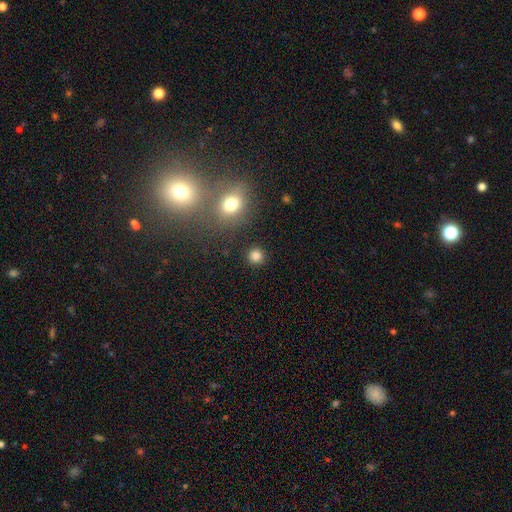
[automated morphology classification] A smooth galaxy with no disk features (82%) that is round (93%).

Vote fractions:
- Smooth or featured? smooth: 82% / star or artifact: 14% / featured or disk: 5%
- How rounded? round: 93% / in between: 6% / cigar-shaped: 1%
- Merging? none: 89% / minor disturbance: 5% / merger: 3% / major disturbance: 2%